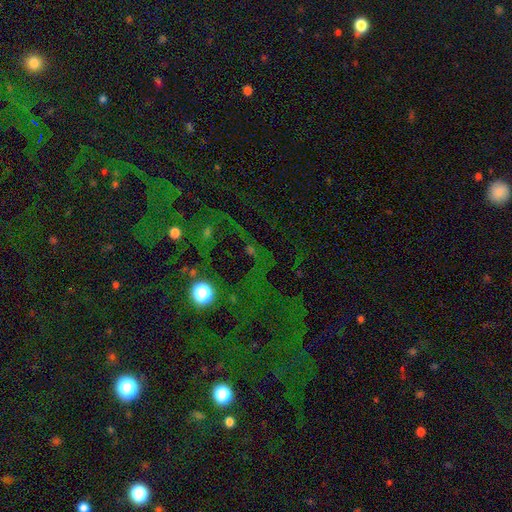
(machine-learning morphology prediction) smooth-or-featured: star or artifact: 69% | smooth: 18% | featured or disk: 13%